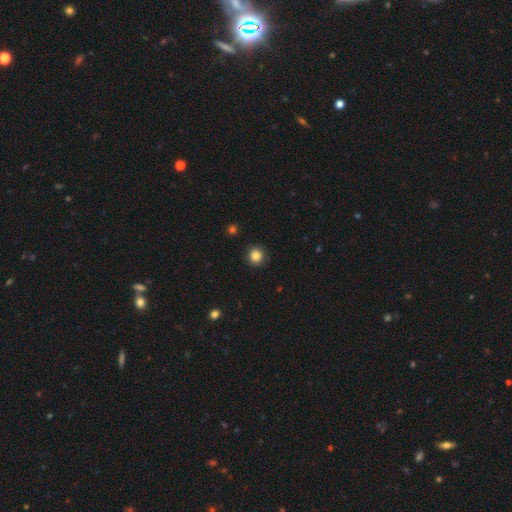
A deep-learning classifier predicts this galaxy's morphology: smooth_or_featured: smooth (p=0.85) [alt: star or artifact p=0.11]
how_rounded: round (p=0.92) [alt: in between p=0.08]
merging: none (p=0.90) [alt: minor disturbance p=0.07]